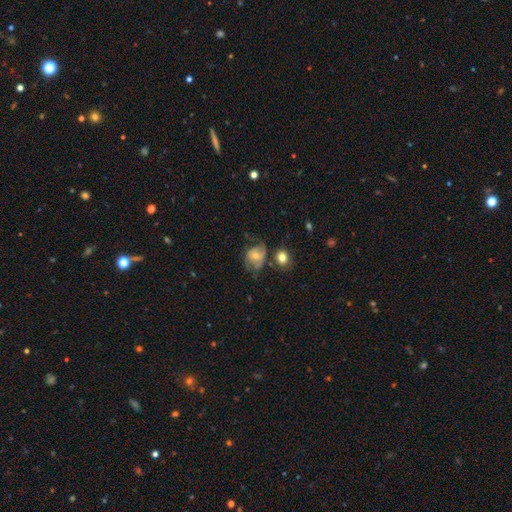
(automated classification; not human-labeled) Q: Smooth or featured?
A: featured or disk (49%); runner-up: smooth (42%)
Q: Merging?
A: none (43%); runner-up: minor disturbance (29%)